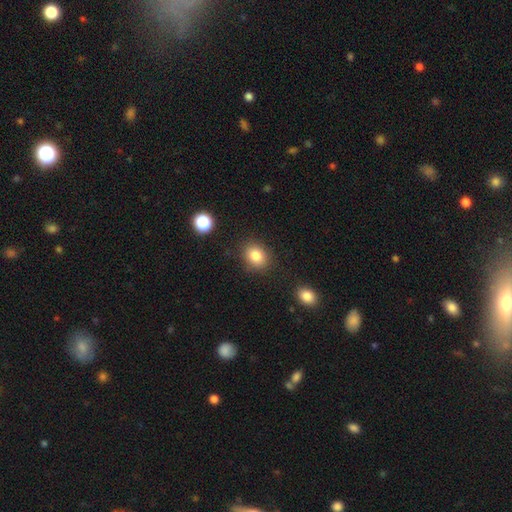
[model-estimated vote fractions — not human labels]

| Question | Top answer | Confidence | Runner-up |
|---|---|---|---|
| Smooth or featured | smooth | 83% | star or artifact (10%) |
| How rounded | round | 53% | in between (46%) |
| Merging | none | 85% | minor disturbance (10%) |